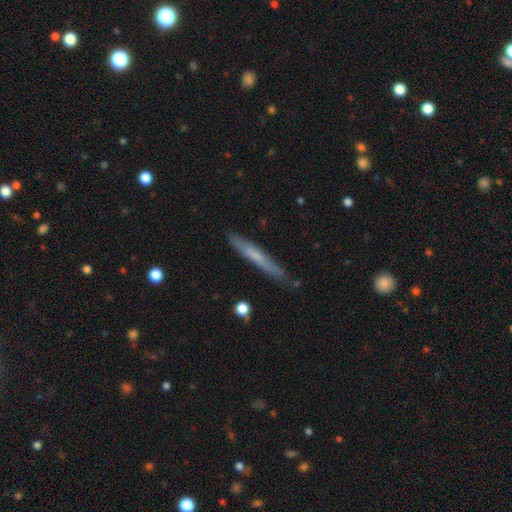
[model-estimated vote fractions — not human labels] Smooth or featured? smooth (55%)
How rounded? cigar-shaped (96%)
Merging? none (82%)